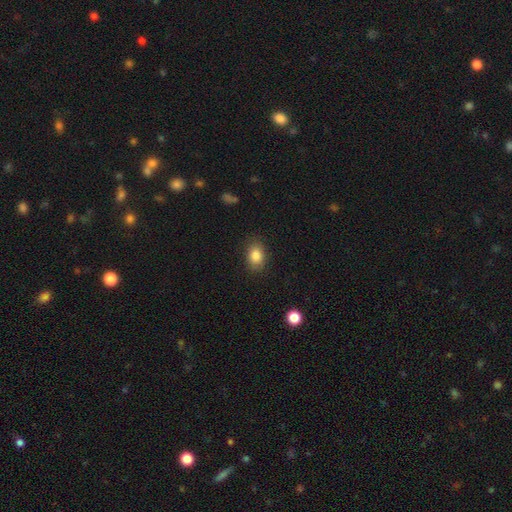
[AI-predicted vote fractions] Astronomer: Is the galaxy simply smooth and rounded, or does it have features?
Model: smooth — 86%.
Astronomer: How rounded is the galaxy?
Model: in between — 76%.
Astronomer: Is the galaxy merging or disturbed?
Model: none — 84%.